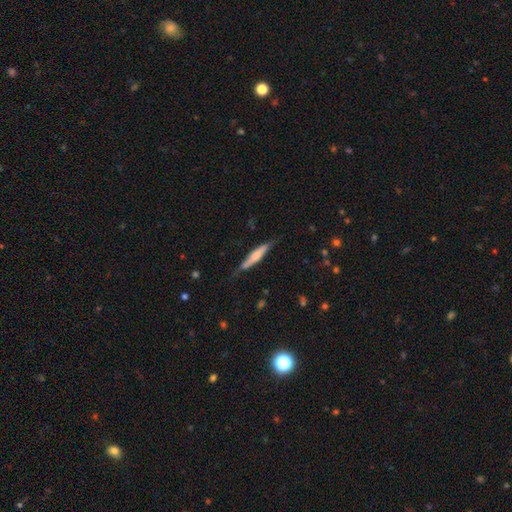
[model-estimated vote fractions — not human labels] smooth-or-featured: smooth: 52% | featured or disk: 42% | star or artifact: 6%
  how-rounded: cigar-shaped: 90% | in between: 8% | round: 2%
  merging: none: 73% | minor disturbance: 21% | major disturbance: 4% | merger: 2%